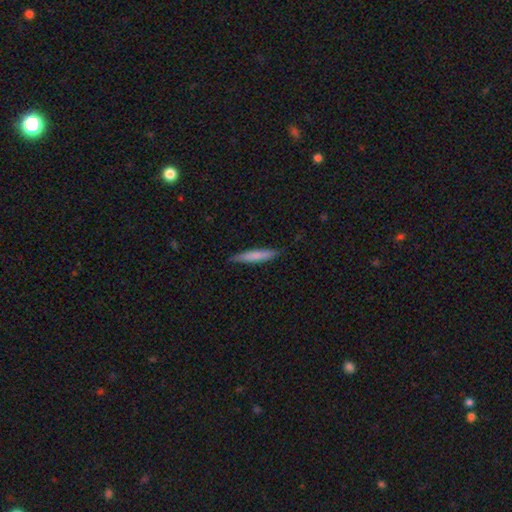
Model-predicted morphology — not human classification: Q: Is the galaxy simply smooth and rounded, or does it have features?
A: smooth — 74%.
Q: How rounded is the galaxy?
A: cigar-shaped — 91%.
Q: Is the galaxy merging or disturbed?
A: none — 86%.